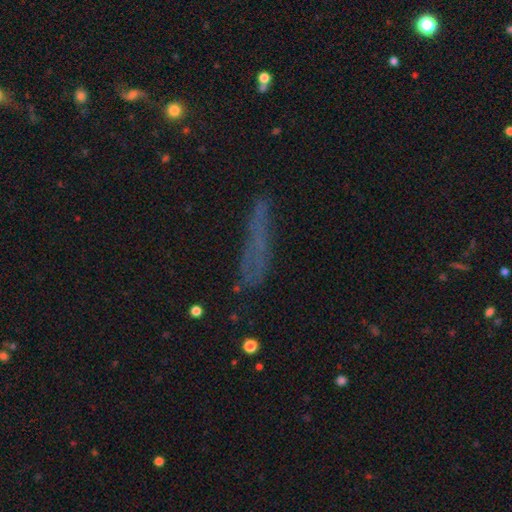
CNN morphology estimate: smooth 50%, featured or disk 26%, star or artifact 24%. Down the decision tree: how rounded — cigar-shaped (83%); merging — none (66%).